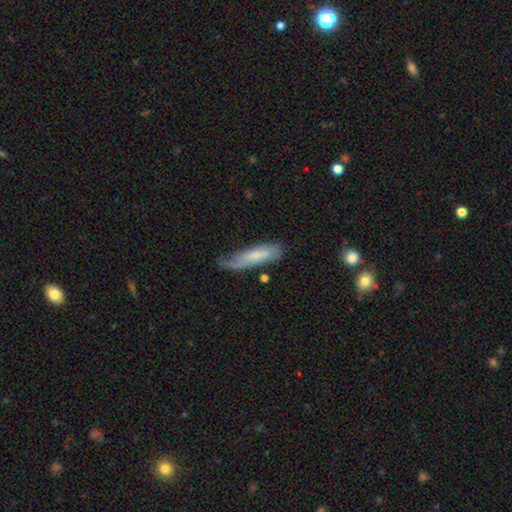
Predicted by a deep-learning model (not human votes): Smooth or featured? smooth (60%)
How rounded? cigar-shaped (64%)
Merging? none (45%)